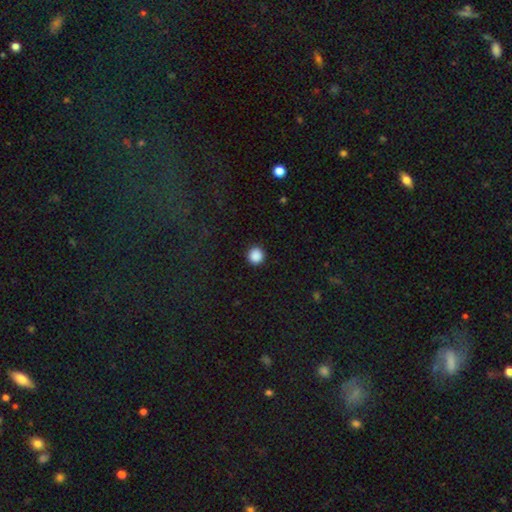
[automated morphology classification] type=smooth (88%); roundness=round (95%); merging=none (93%).